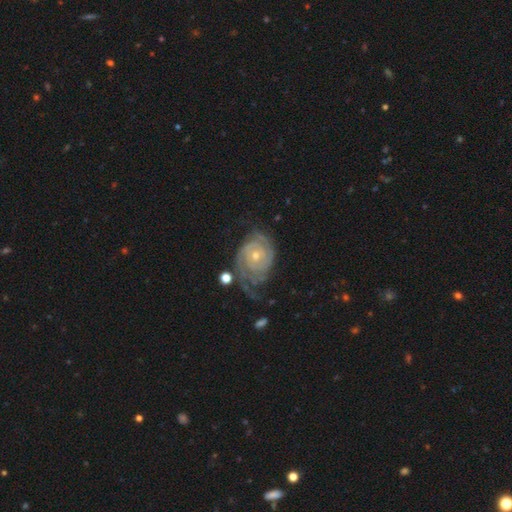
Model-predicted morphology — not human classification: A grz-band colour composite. It shows a featured or disk galaxy (90%) with no bar (74%), 2 (50%) tight (79%) spiral arms (97%) and a small central bulge (52%). Merging: none (57%).